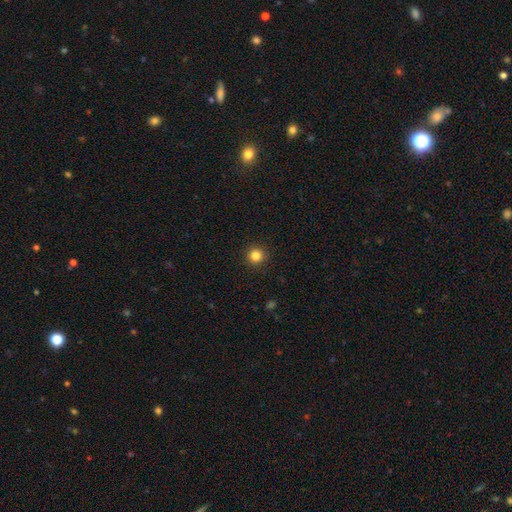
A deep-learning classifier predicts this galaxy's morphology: smooth 84%, star or artifact 12%, featured or disk 4%. Down the decision tree: how rounded — round (95%); merging — none (92%).